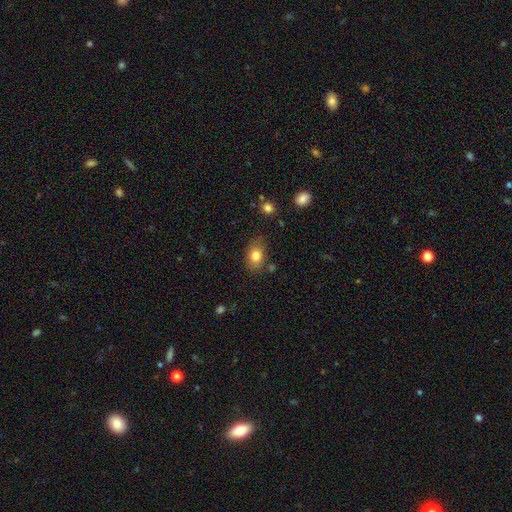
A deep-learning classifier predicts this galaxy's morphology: The model was most divided on "how rounded": in between: 77%, round: 22%, cigar-shaped: 1%. More confident: smooth or featured — smooth (81%); merging — none (74%).